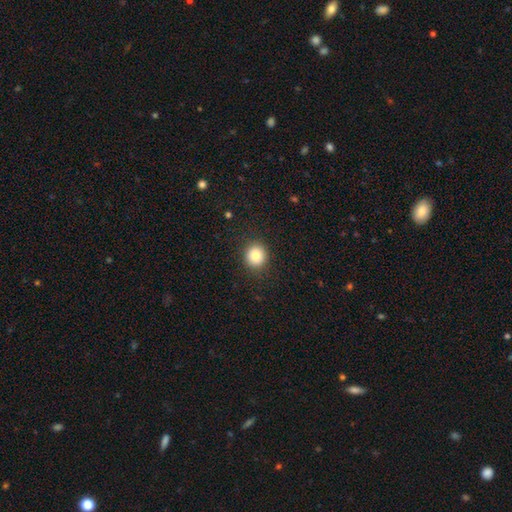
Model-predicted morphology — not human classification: smooth 81%, star or artifact 10%, featured or disk 8%. Down the decision tree: how rounded — round (88%); merging — none (90%).